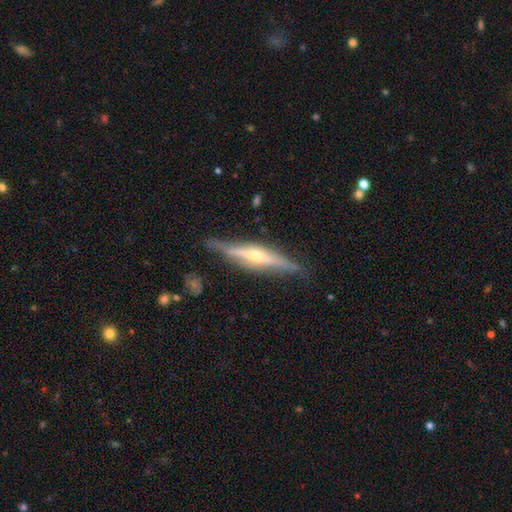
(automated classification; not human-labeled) The model was most divided on "smooth or featured": featured or disk: 76%, smooth: 19%, star or artifact: 6%. More confident: edge-on disk — yes (96%); edge-on bulge — rounded (82%); merging — none (81%).